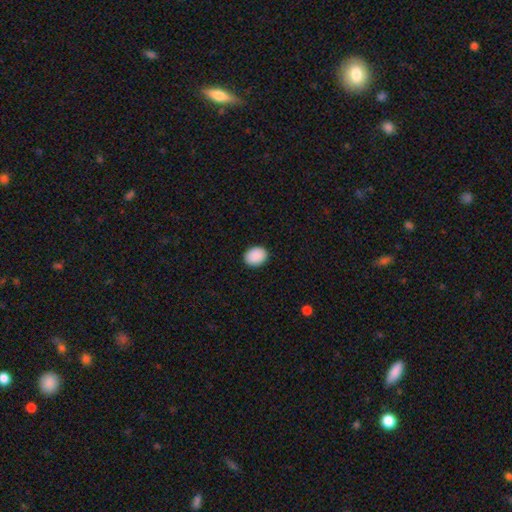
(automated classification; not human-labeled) smooth_or_featured: smooth (p=0.91) [alt: star or artifact p=0.07]
how_rounded: in between (p=0.58) [alt: round p=0.41]
merging: none (p=0.90) [alt: minor disturbance p=0.07]